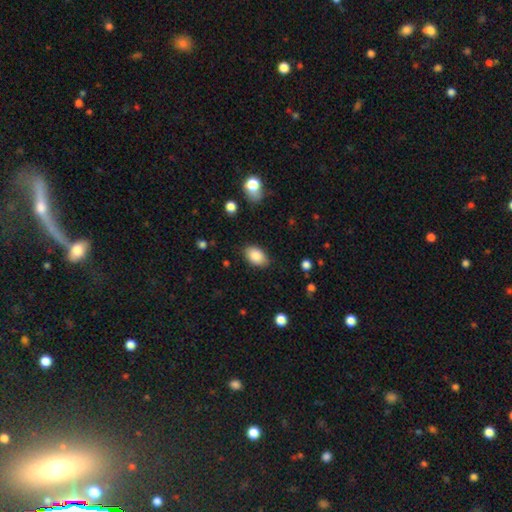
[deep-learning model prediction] A smooth galaxy with no disk features (87%) that is in between round and cigar-shaped (91%).

Vote fractions:
- Smooth or featured? smooth: 87% / star or artifact: 7% / featured or disk: 6%
- How rounded? in between: 91% / round: 8% / cigar-shaped: 1%
- Merging? none: 85% / minor disturbance: 11% / major disturbance: 3% / merger: 1%